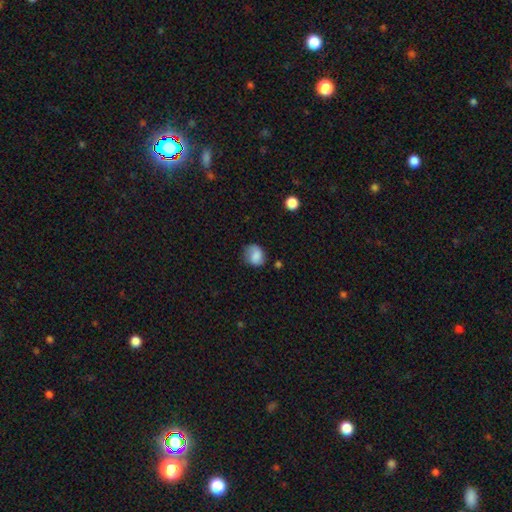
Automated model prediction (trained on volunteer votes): smooth-or-featured: smooth: 77% | featured or disk: 14% | star or artifact: 9%
  how-rounded: round: 64% | in between: 35% | cigar-shaped: 1%
  merging: none: 57% | minor disturbance: 29% | major disturbance: 11% | merger: 2%